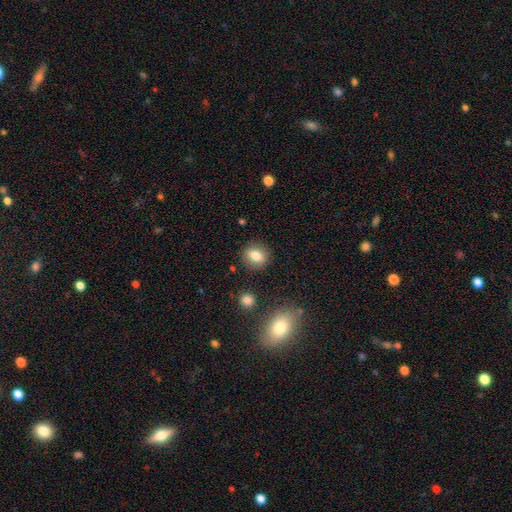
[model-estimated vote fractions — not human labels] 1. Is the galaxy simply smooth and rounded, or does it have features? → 79% smooth, 12% featured or disk, 10% star or artifact.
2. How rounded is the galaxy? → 67% round, 31% in between, 2% cigar-shaped.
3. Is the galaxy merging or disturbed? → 86% none, 9% minor disturbance, 3% major disturbance, 2% merger.